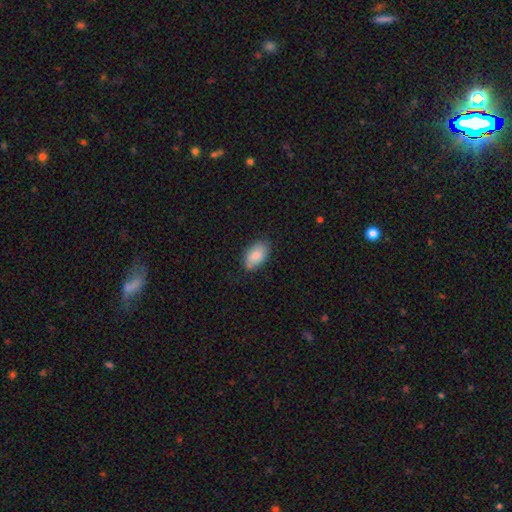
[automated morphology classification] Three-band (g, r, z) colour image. It shows a smooth galaxy with no disk features (86%) that is in between round and cigar-shaped (92%). Merging: none (75%).